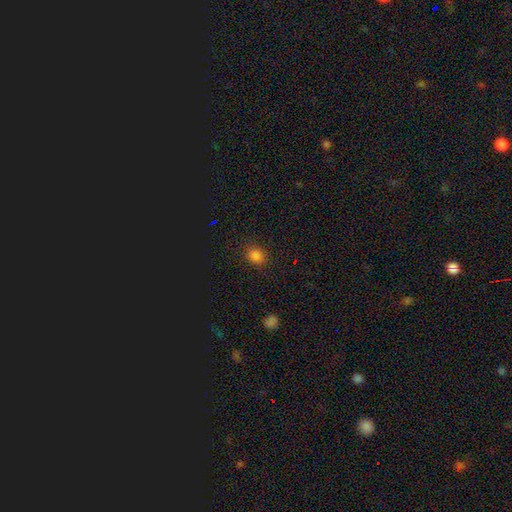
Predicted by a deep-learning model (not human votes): smooth_or_featured: smooth (p=0.74) [alt: star or artifact p=0.21]
how_rounded: round (p=0.52) [alt: in between p=0.47]
merging: none (p=0.83) [alt: minor disturbance p=0.11]